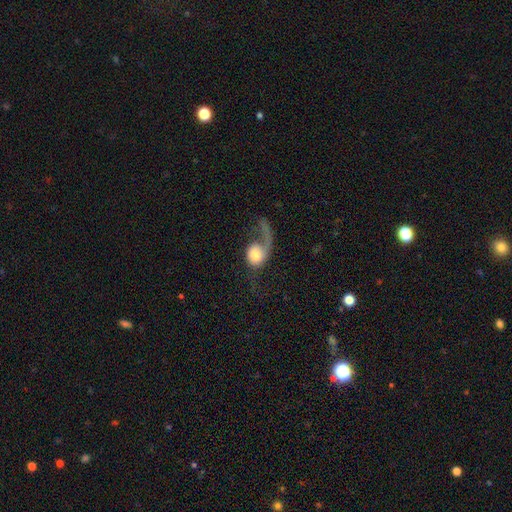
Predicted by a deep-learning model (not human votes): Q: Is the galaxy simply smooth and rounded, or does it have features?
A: featured or disk — 48%.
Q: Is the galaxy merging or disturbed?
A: major disturbance — 58%.